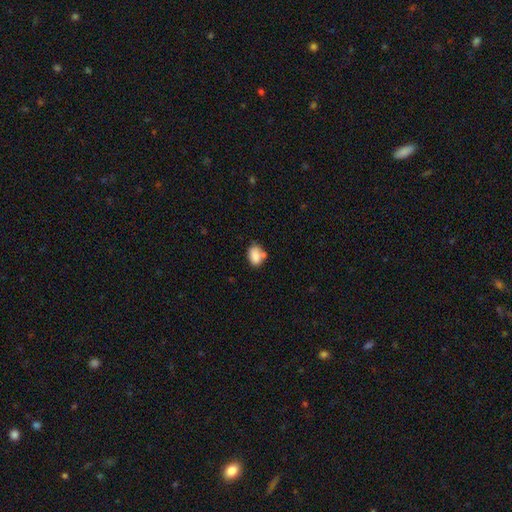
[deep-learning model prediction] Smooth or featured? smooth (83%)
How rounded? in between (74%)
Merging? none (54%)